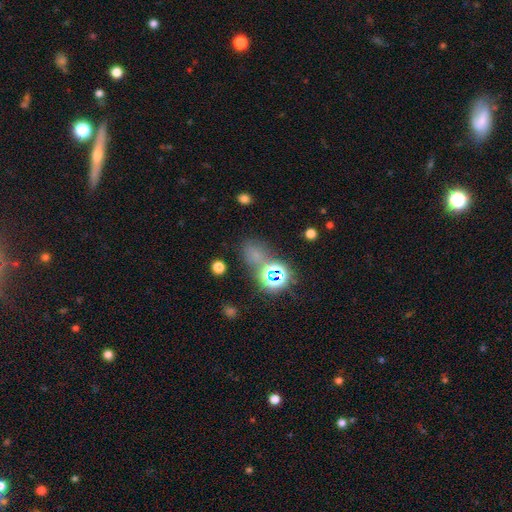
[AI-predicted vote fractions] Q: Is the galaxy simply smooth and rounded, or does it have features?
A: star or artifact — 47%.